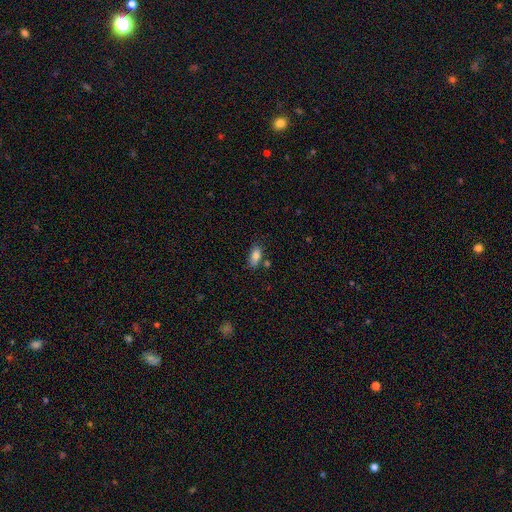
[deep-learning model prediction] This appears to be a smooth galaxy with no disk features (83%) that is in between round and cigar-shaped (88%). Merging: none (65%).